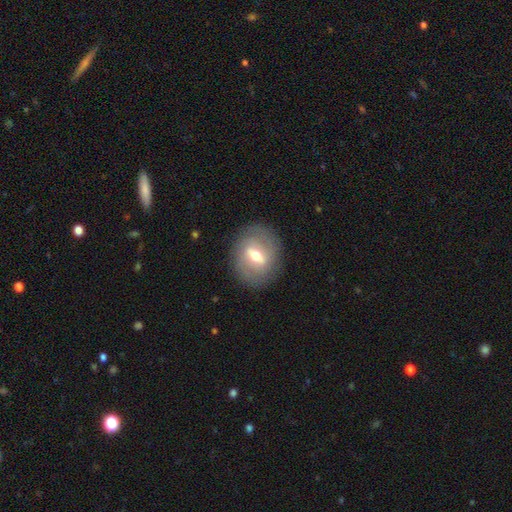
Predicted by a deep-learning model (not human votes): Morphology: type=featured or disk (59%); edge-on=no (88%); bar=weak (48%); spiral arms=no (61%); bulge=moderate (70%); merging=none (83%).